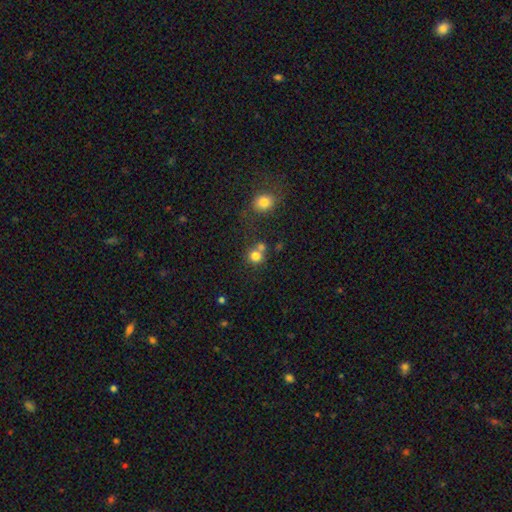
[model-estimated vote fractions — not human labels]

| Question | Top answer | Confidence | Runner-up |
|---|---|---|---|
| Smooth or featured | smooth | 79% | star or artifact (13%) |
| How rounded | round | 87% | in between (12%) |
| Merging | none | 55% | merger (32%) |